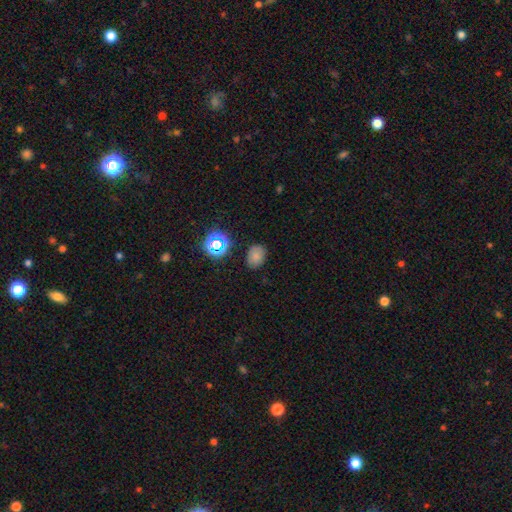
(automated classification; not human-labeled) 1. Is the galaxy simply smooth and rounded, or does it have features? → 72% smooth, 19% star or artifact, 9% featured or disk.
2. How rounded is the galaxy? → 68% in between, 31% round, 1% cigar-shaped.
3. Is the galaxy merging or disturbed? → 81% none, 13% minor disturbance, 4% major disturbance, 2% merger.